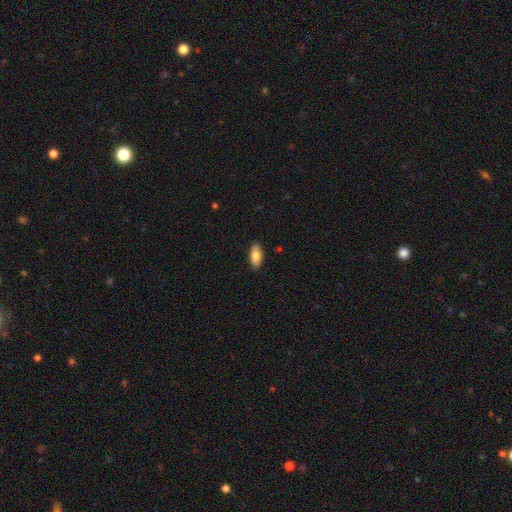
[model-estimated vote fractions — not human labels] This is clearly a smooth galaxy (81%). How rounded: clearly in between (86%). Merging: clearly none (89%).